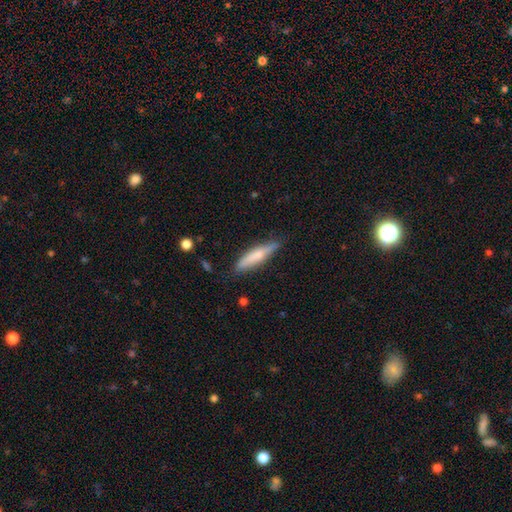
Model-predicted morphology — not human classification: Smooth or featured?
  - smooth: 59% *
  - featured or disk: 35%
  - star or artifact: 6%
How rounded?
  - cigar-shaped: 85% *
  - in between: 13%
  - round: 2%
Merging?
  - none: 83% *
  - minor disturbance: 13%
  - major disturbance: 2%
  - merger: 1%